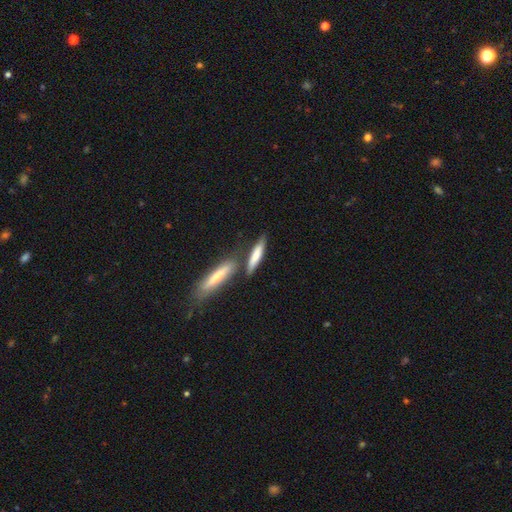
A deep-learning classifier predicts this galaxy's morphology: Q: Smooth or featured?
A: smooth (69%); runner-up: featured or disk (25%)
Q: How rounded?
A: cigar-shaped (81%); runner-up: in between (17%)
Q: Merging?
A: none (60%); runner-up: merger (23%)